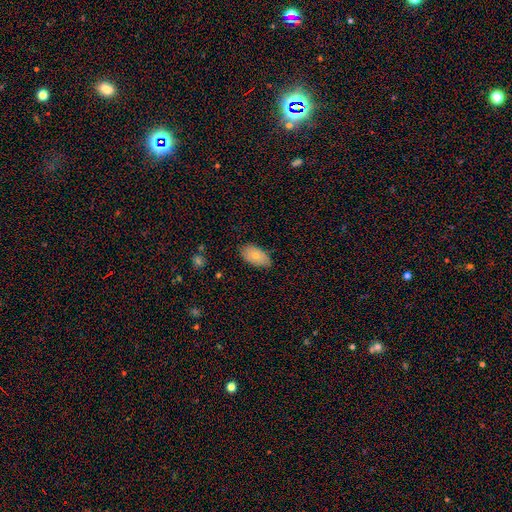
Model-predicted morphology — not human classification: Smooth or featured?
  - smooth: 73% *
  - featured or disk: 20%
  - star or artifact: 7%
How rounded?
  - in between: 94% *
  - round: 4%
  - cigar-shaped: 2%
Merging?
  - none: 78% *
  - minor disturbance: 19%
  - major disturbance: 3%
  - merger: 1%